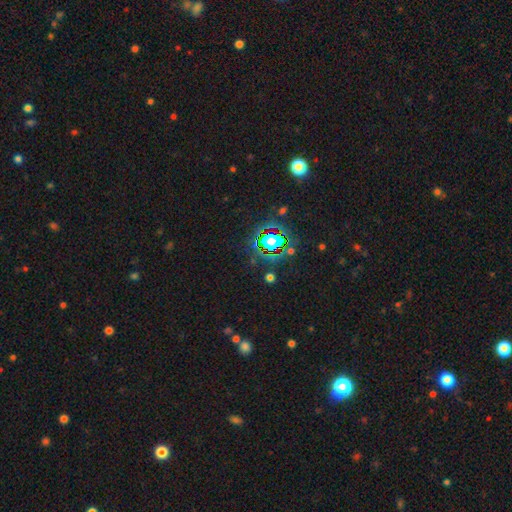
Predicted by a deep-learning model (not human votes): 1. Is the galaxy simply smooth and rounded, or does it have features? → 81% star or artifact, 11% smooth, 8% featured or disk.